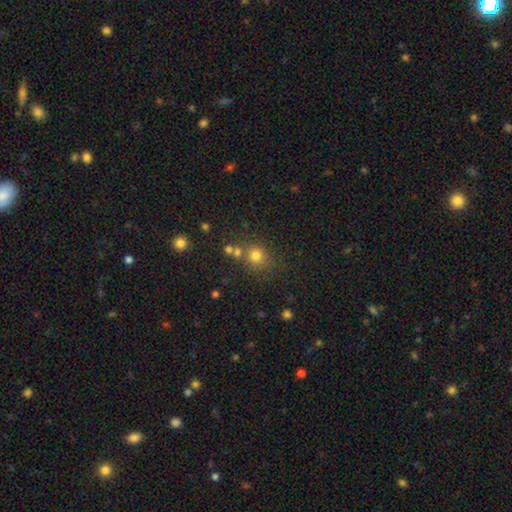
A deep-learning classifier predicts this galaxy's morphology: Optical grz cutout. It shows a smooth galaxy with no disk features (75%) that is round (84%). Merging: none (66%).